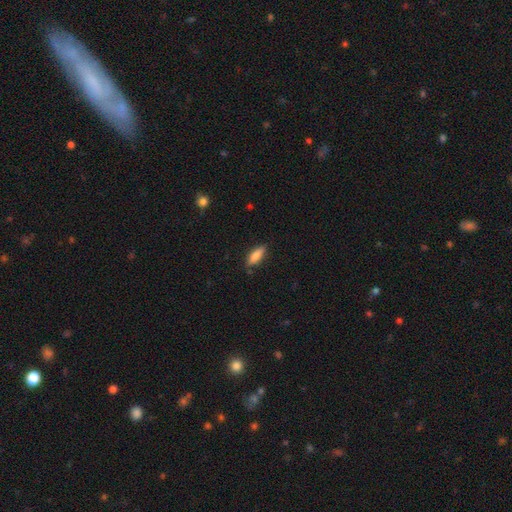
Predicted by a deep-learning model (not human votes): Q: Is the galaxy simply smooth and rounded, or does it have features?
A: smooth — 80%.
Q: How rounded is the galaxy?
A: in between — 57%.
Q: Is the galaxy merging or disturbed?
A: none — 81%.